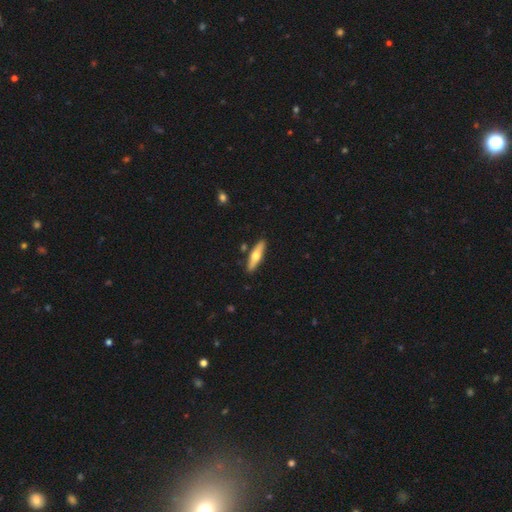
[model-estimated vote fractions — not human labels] smooth-or-featured: smooth: 52% | featured or disk: 43% | star or artifact: 5%
  how-rounded: cigar-shaped: 71% | in between: 27% | round: 2%
  merging: none: 87% | minor disturbance: 8% | merger: 3% | major disturbance: 2%